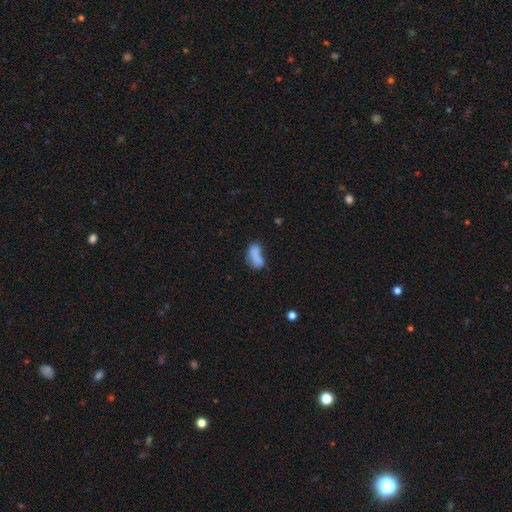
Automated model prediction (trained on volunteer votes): smooth-or-featured: smooth: 71% | featured or disk: 18% | star or artifact: 11%
  how-rounded: in between: 87% | round: 7% | cigar-shaped: 7%
  merging: none: 29% (tied) | merger: 29% (tied) | major disturbance: 21% | minor disturbance: 21%